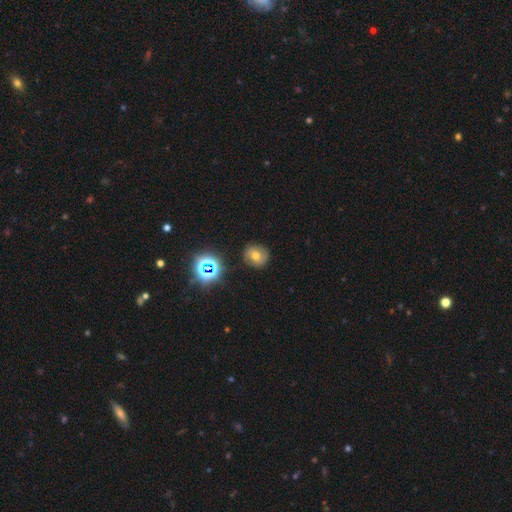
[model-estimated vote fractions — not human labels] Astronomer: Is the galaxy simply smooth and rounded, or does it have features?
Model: smooth — 51% (runner-up: featured or disk, 28%).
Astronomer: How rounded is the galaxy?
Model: round — 83%.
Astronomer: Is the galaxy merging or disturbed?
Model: none — 84%.